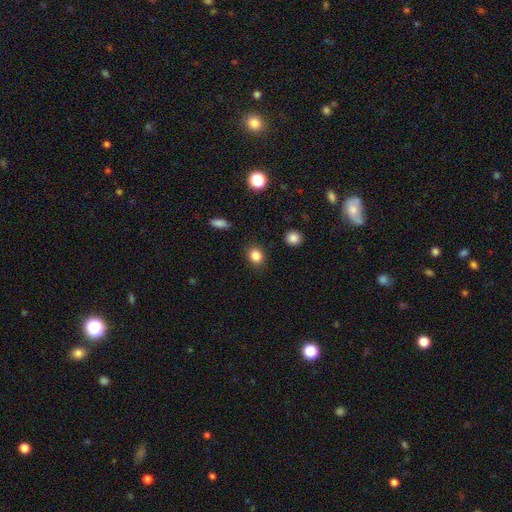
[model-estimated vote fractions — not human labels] A smooth galaxy with no disk features (84%) that is round (62%). Merging: none (88%).